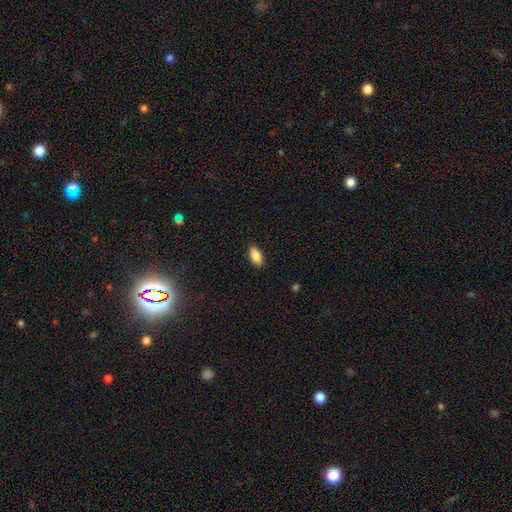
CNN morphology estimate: Overall: smooth (85%). How rounded: in between (89%). Merging: none (88%).